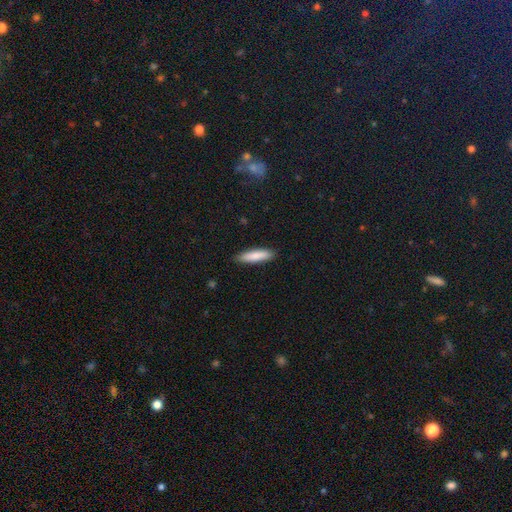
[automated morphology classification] Smooth or featured? Predicted: smooth (p=0.84). How rounded? Predicted: cigar-shaped (p=0.76). Merging? Predicted: none (p=0.89).